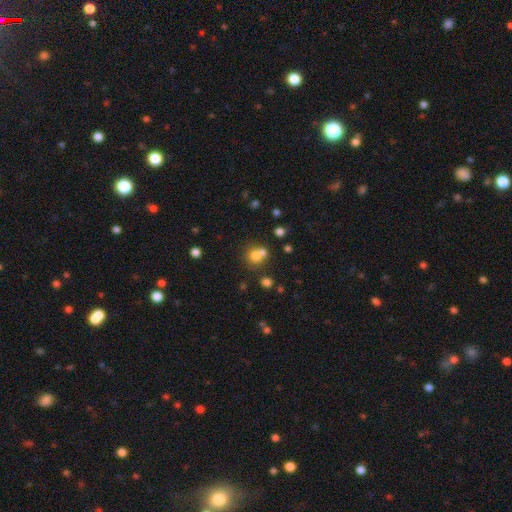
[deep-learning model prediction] Morphology: type=smooth (71%); roundness=round (81%); merging=merger (46%).